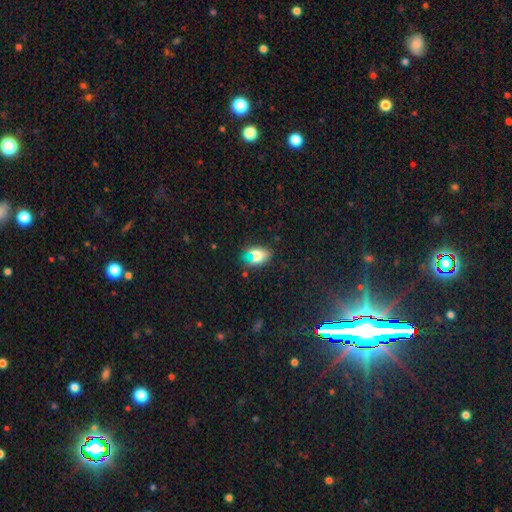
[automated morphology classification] Smooth or featured?
  - smooth: 67% *
  - star or artifact: 18%
  - featured or disk: 15%
How rounded?
  - in between: 67% *
  - round: 28%
  - cigar-shaped: 5%
Merging?
  - none: 71% *
  - minor disturbance: 17%
  - major disturbance: 6%
  - merger: 6%